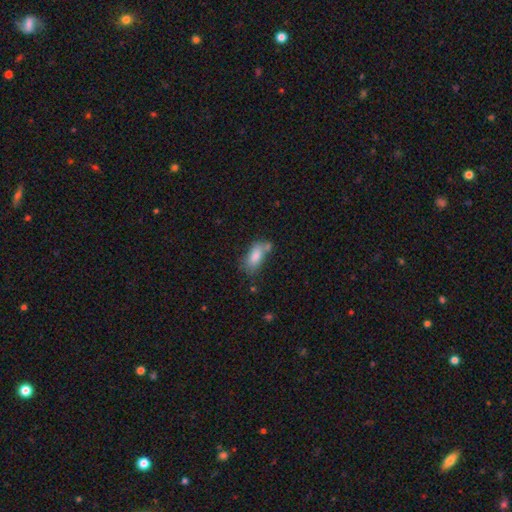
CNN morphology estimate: Smooth or featured?
  - smooth: 79% *
  - featured or disk: 12%
  - star or artifact: 9%
How rounded?
  - in between: 85% *
  - cigar-shaped: 10%
  - round: 5%
Merging?
  - none: 41% *
  - merger: 26%
  - minor disturbance: 23%
  - major disturbance: 10%